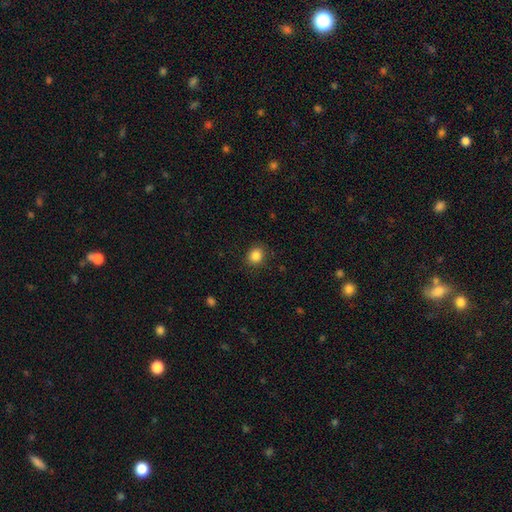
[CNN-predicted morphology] This is clearly a smooth galaxy (86%). How rounded: likely round (77%). Merging: clearly none (88%).